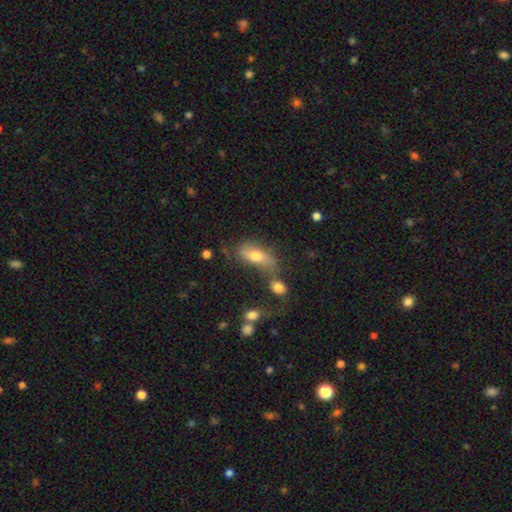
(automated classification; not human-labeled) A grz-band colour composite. It shows a smooth galaxy with no disk features (62%) that is in between round and cigar-shaped (79%). Merging: none (44%).